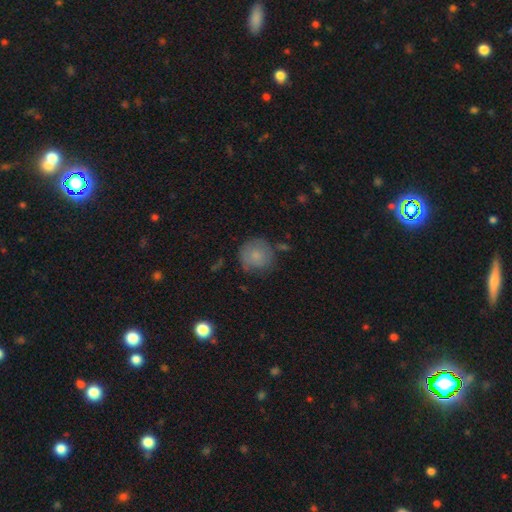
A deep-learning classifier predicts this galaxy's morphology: Smooth or featured? smooth (78%)
How rounded? round (92%)
Merging? none (69%)